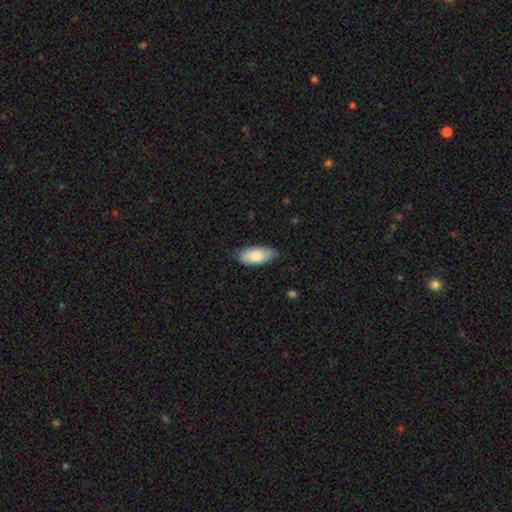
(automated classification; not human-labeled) smooth-or-featured: smooth: 84% | featured or disk: 10% | star or artifact: 6%
  how-rounded: in between: 89% | cigar-shaped: 9% | round: 2%
  merging: none: 79% | minor disturbance: 17% | major disturbance: 2% | merger: 1%